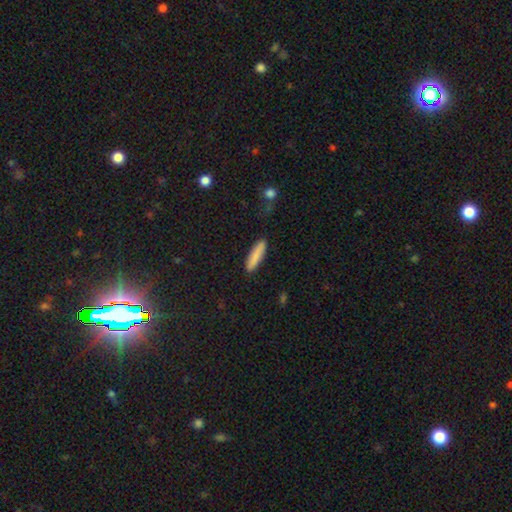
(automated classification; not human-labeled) A smooth galaxy with no disk features (85%) that is cigar-shaped (80%). Merging: none (89%).